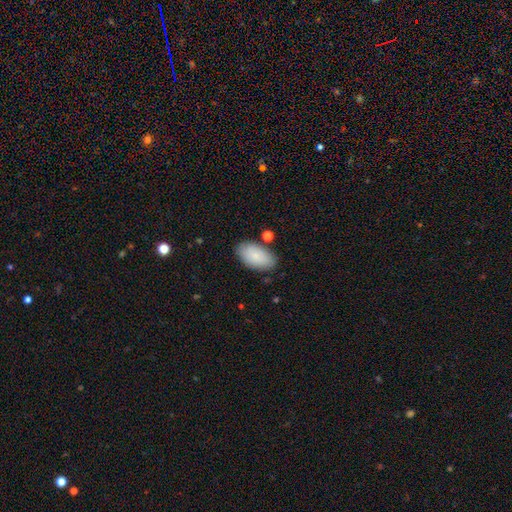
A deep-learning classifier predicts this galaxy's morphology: Q: Smooth or featured?
A: smooth (86%); runner-up: featured or disk (8%)
Q: How rounded?
A: in between (95%); runner-up: round (3%)
Q: Merging?
A: none (81%); runner-up: minor disturbance (12%)